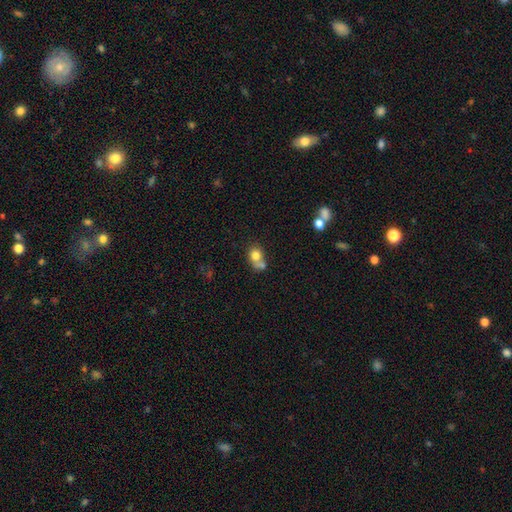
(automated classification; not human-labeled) This appears to be a smooth galaxy with no disk features (74%) that is round (71%). Merging: merger (48%).